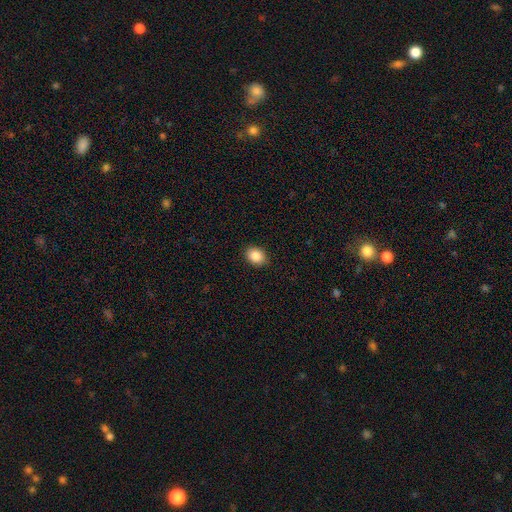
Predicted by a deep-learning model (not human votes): smooth_or_featured: smooth (p=0.88) [alt: star or artifact p=0.08]
how_rounded: in between (p=0.59) [alt: round p=0.40]
merging: none (p=0.89) [alt: minor disturbance p=0.08]